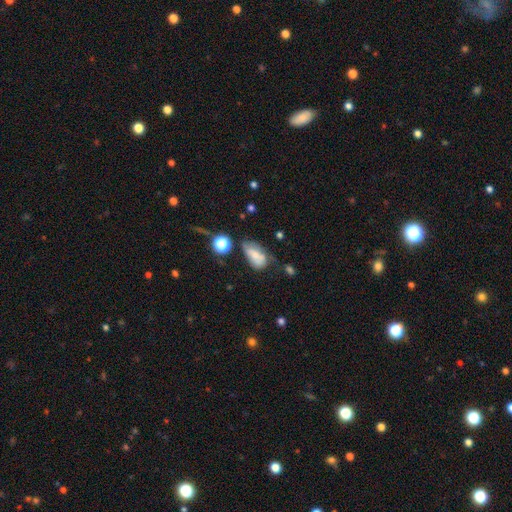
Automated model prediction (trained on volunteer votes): Overall: smooth (64%). How rounded: in between (89%). Merging: none (36%; minor disturbance 32%).